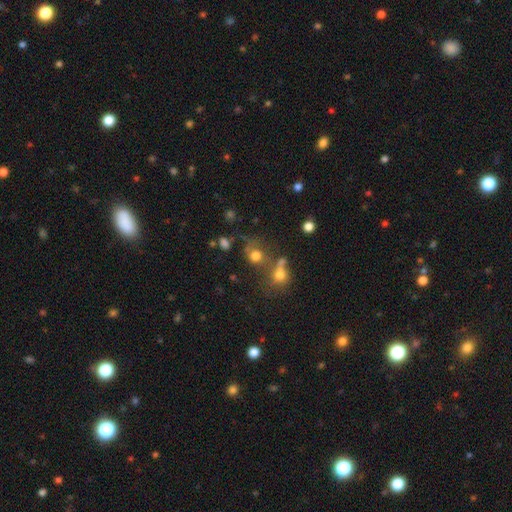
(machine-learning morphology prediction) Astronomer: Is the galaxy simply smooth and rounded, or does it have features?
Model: smooth — 71%.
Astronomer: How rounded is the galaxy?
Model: round — 72%.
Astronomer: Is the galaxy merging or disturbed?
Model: none — 48% (runner-up: merger, 24%).